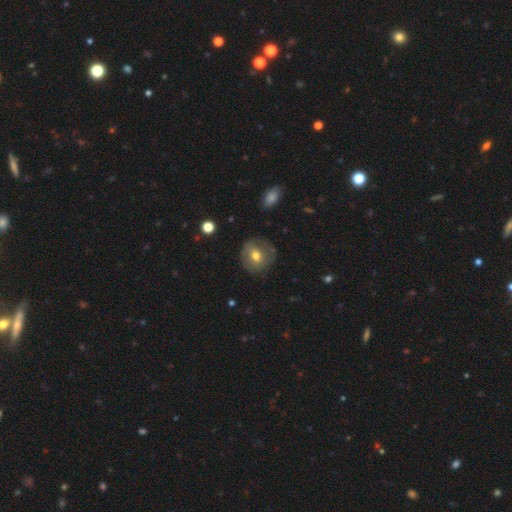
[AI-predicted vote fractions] This is possibly a smooth galaxy (51%). How rounded: clearly round (87%). Merging: likely none (78%).